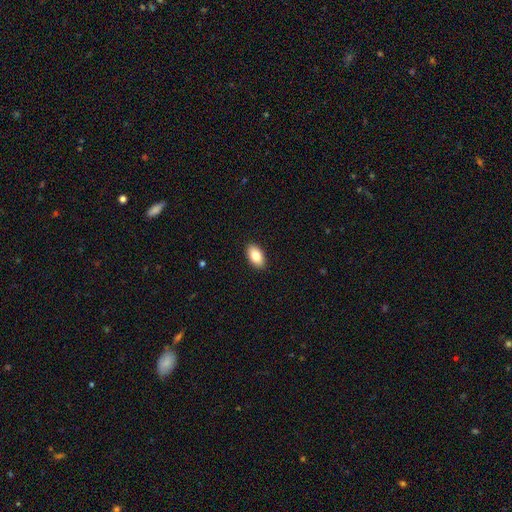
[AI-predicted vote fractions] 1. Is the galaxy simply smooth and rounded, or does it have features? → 84% smooth, 10% featured or disk, 7% star or artifact.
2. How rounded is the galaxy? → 94% in between, 4% round, 2% cigar-shaped.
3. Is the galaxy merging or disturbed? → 90% none, 7% minor disturbance, 2% major disturbance, 1% merger.